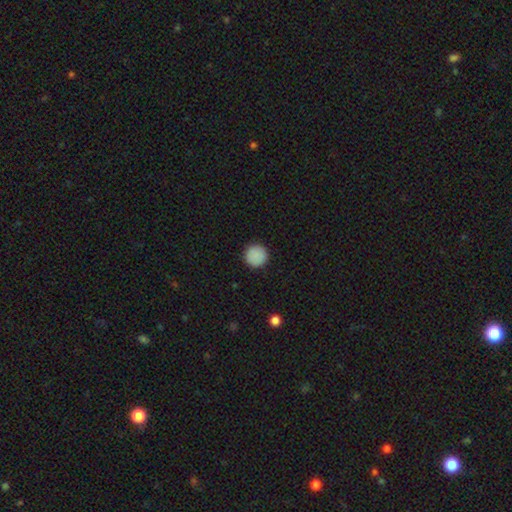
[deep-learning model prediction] A smooth galaxy with no disk features (89%) that is round (96%).

Vote fractions:
- Smooth or featured? smooth: 89% / star or artifact: 9% / featured or disk: 3%
- How rounded? round: 96% / in between: 3% / cigar-shaped: 1%
- Merging? none: 93% / minor disturbance: 5% / major disturbance: 2% / merger: 1%